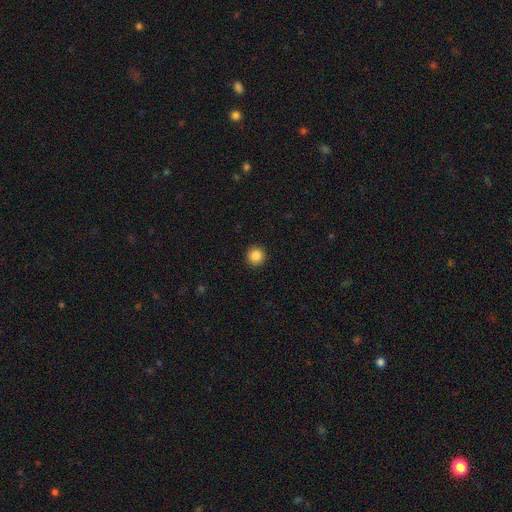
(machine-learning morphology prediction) Overall: smooth (86%). How rounded: round (95%). Merging: none (93%).